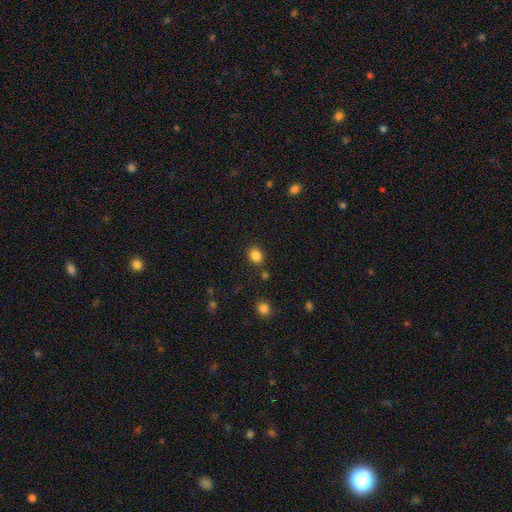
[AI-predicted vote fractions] This appears to be a smooth galaxy with no disk features (85%) that is round (50%, tied with in between). Merging: none (81%).